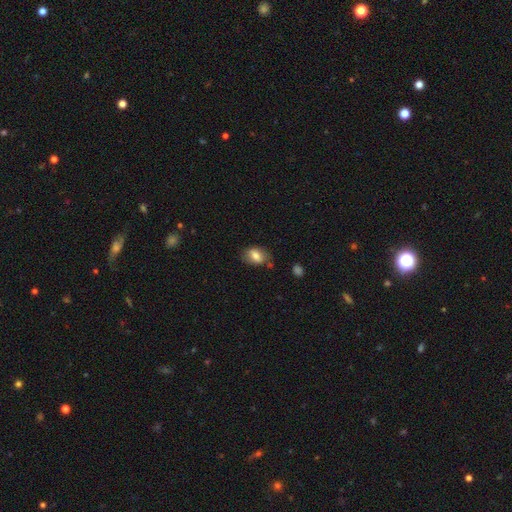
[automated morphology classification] type=smooth (74%); roundness=in between (84%); merging=none (70%).